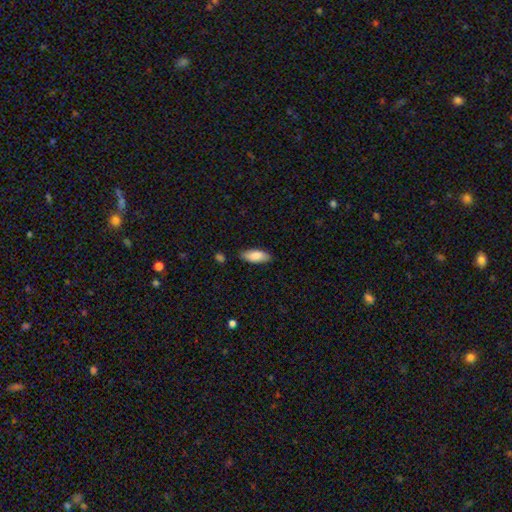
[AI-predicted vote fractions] Smooth or featured? Predicted: smooth (p=0.85). How rounded? Predicted: in between (p=0.82). Merging? Predicted: none (p=0.83).